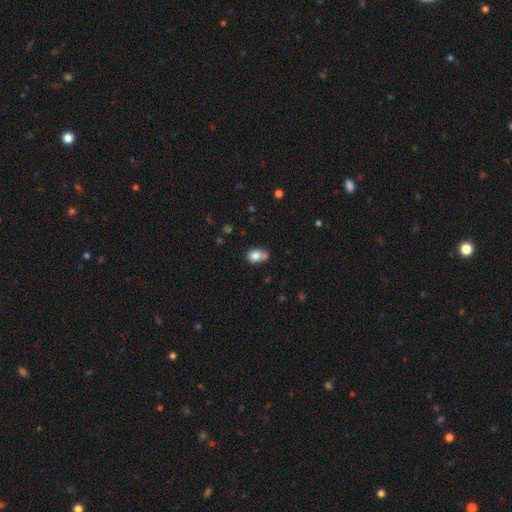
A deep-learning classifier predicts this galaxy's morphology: A smooth galaxy with no disk features (81%) that is in between round and cigar-shaped (70%).

Vote fractions:
- Smooth or featured? smooth: 81% / star or artifact: 10% / featured or disk: 9%
- How rounded? in between: 70% / round: 28% / cigar-shaped: 2%
- Merging? none: 45% / minor disturbance: 27% / merger: 19% / major disturbance: 8%